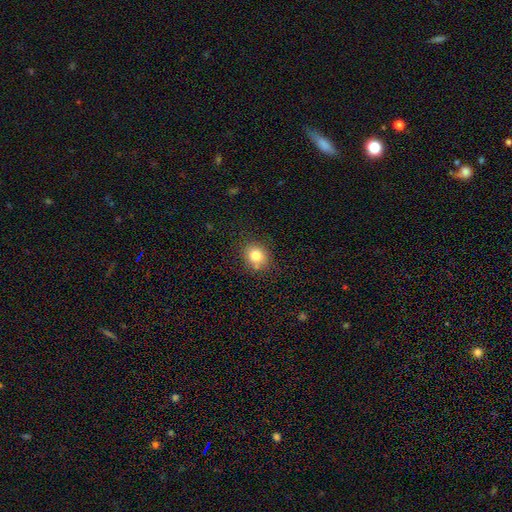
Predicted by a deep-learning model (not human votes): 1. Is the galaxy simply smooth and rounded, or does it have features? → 81% smooth, 11% star or artifact, 8% featured or disk.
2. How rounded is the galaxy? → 70% round, 29% in between, 1% cigar-shaped.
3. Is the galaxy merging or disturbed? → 76% none, 14% minor disturbance, 6% merger, 3% major disturbance.